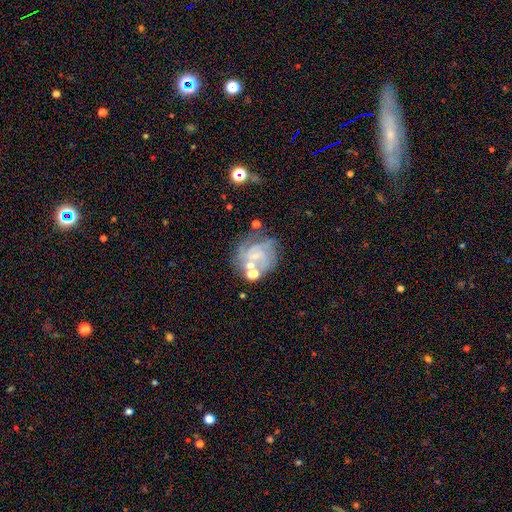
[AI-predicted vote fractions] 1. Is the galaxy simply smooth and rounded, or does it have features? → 71% featured or disk, 17% smooth, 12% star or artifact.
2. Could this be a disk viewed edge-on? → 98% no, 2% yes.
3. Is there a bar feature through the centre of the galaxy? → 54% no, 37% weak, 9% strong.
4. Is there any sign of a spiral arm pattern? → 86% yes, 14% no.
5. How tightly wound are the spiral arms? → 52% tight, 35% medium, 13% loose.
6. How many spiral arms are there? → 35% can't tell, 23% 2, 22% 3, 9% 4, 6% 1, 5% more than 4.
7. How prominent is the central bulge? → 59% small, 26% none, 12% moderate, 1% large, 1% dominant.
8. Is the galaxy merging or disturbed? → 53% none, 20% minor disturbance, 16% major disturbance, 11% merger.